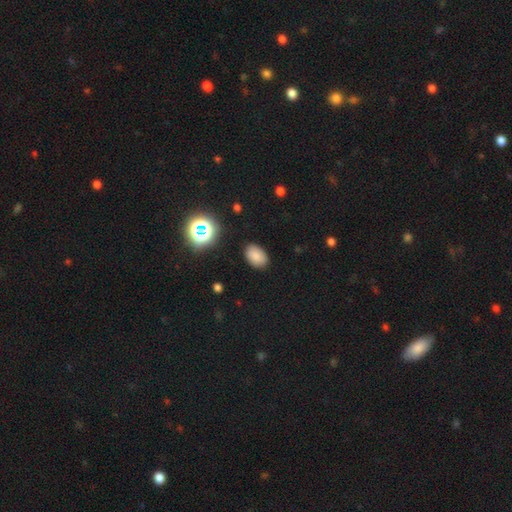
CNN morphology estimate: Smooth or featured?
  - smooth: 79% *
  - star or artifact: 14%
  - featured or disk: 7%
How rounded?
  - in between: 85% *
  - round: 14%
  - cigar-shaped: 1%
Merging?
  - none: 86% *
  - minor disturbance: 10%
  - major disturbance: 3%
  - merger: 1%